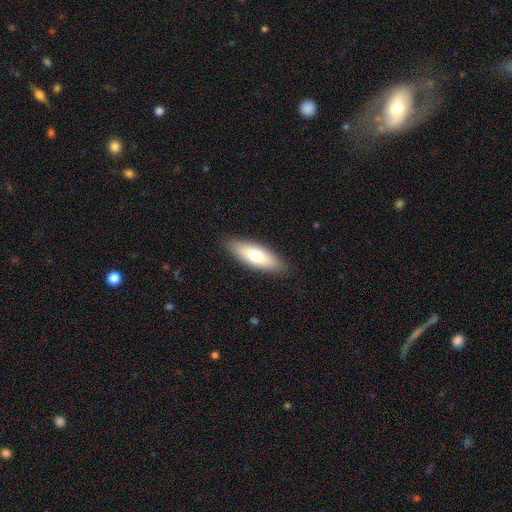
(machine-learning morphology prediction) Smooth or featured? smooth (69%)
How rounded? in between (62%)
Merging? none (88%)